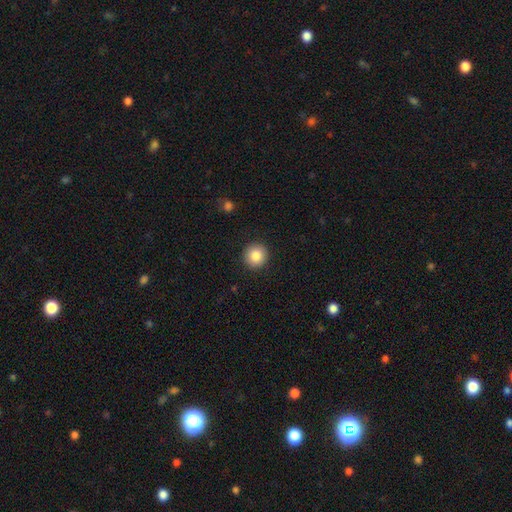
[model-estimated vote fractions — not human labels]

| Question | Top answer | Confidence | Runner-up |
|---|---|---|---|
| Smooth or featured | smooth | 86% | star or artifact (9%) |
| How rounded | round | 95% | in between (4%) |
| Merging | none | 92% | minor disturbance (5%) |